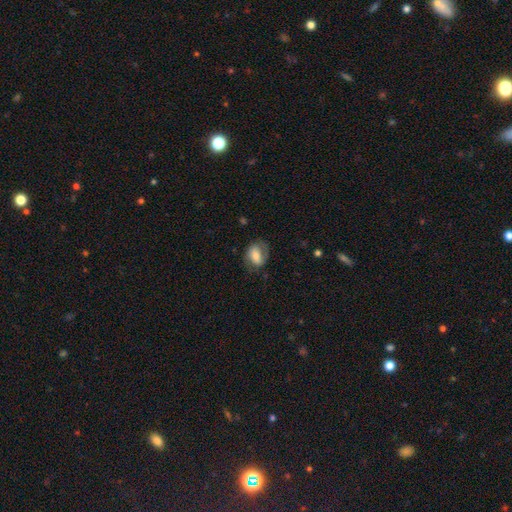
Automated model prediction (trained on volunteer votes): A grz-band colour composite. It shows a smooth galaxy with no disk features (48%). Merging: none (65%).